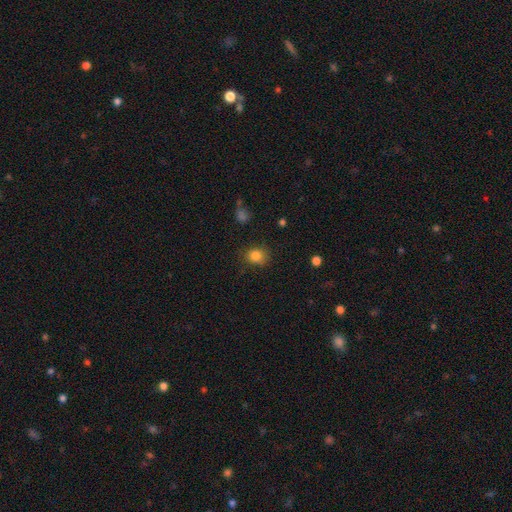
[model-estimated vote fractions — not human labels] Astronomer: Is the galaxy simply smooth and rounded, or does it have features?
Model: smooth — 83%.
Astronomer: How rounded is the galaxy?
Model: round — 71%.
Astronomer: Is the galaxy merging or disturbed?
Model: none — 81%.